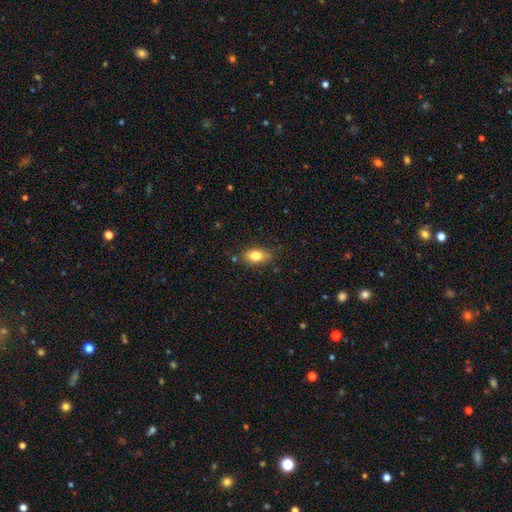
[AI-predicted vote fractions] Smooth or featured: smooth — 81% (featured or disk — 10%)
How rounded: in between — 84% (round — 12%)
Merging: none — 74% (minor disturbance — 19%)